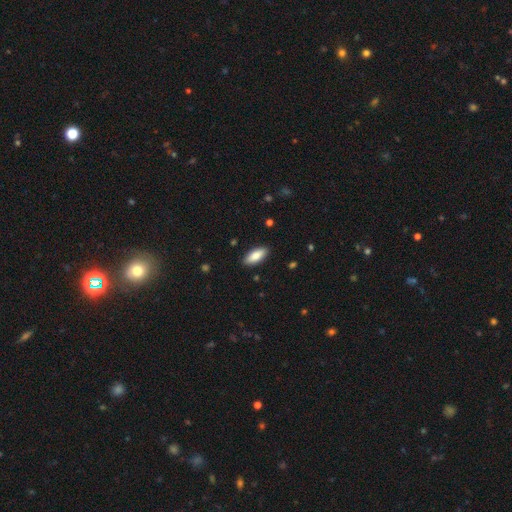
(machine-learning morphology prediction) A smooth galaxy with no disk features (85%) that is in between round and cigar-shaped (80%).

Vote fractions:
- Smooth or featured? smooth: 85% / featured or disk: 9% / star or artifact: 6%
- How rounded? in between: 80% / cigar-shaped: 18% / round: 2%
- Merging? none: 89% / minor disturbance: 8% / major disturbance: 2% / merger: 1%